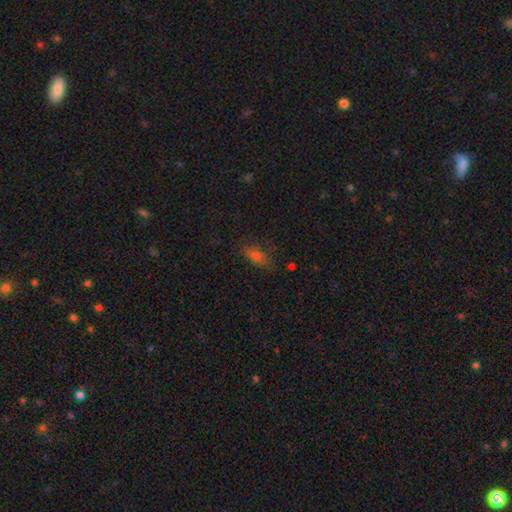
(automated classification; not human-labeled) A smooth galaxy with no disk features (62%) that is in between round and cigar-shaped (78%).

Vote fractions:
- Smooth or featured? smooth: 62% / star or artifact: 25% / featured or disk: 13%
- How rounded? in between: 78% / cigar-shaped: 13% / round: 9%
- Merging? none: 70% / minor disturbance: 19% / major disturbance: 8% / merger: 2%